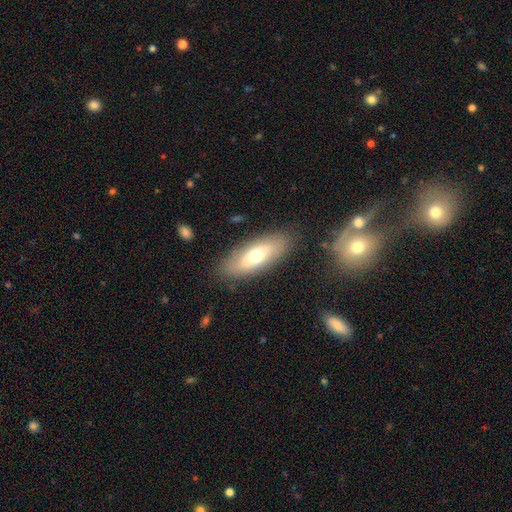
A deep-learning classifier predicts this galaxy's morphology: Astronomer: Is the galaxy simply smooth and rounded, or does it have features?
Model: smooth — 58% (runner-up: featured or disk, 36%).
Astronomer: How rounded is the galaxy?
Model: in between — 71%.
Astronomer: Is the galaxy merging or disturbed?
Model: none — 82%.